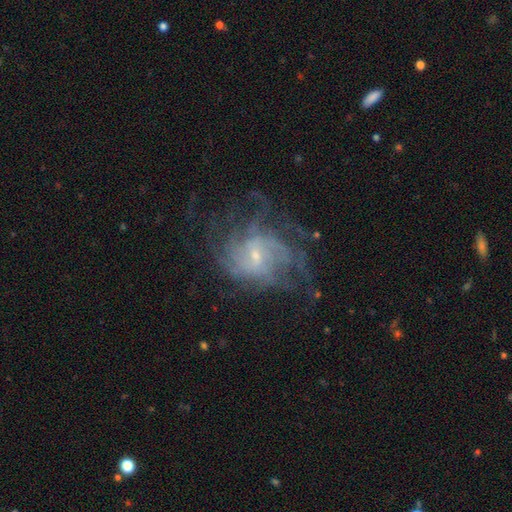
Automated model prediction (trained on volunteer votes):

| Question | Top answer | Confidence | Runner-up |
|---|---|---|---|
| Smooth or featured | featured or disk | 80% | star or artifact (10%) |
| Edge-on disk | no | 97% | yes (3%) |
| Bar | no | 51% | weak (42%) |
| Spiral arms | yes | 87% | no (13%) |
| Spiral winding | medium | 40% | tight (39%) |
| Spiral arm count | can't tell | 44% | 4 (17%) |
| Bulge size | small | 75% | moderate (19%) |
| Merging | none | 58% | major disturbance (22%) |